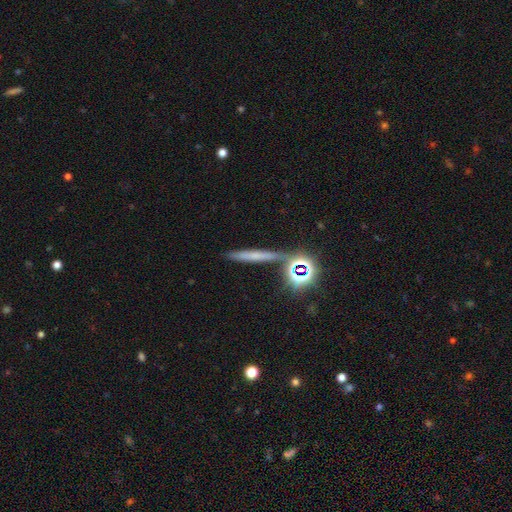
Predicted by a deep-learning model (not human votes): Smooth or featured?
  - smooth: 48% *
  - star or artifact: 27%
  - featured or disk: 25%
Merging?
  - none: 76% *
  - minor disturbance: 10%
  - merger: 9%
  - major disturbance: 4%